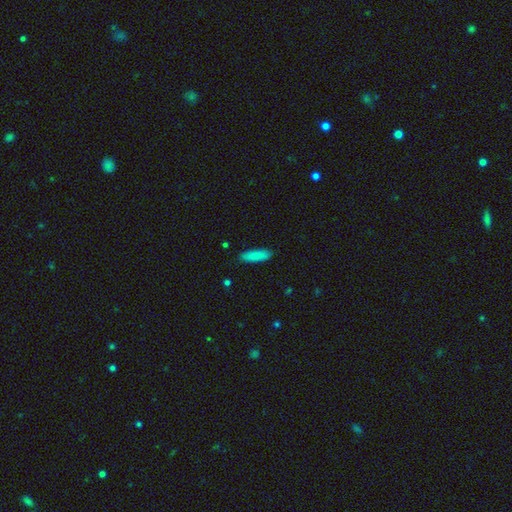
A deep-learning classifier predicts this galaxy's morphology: type=smooth (87%); roundness=cigar-shaped (56%); merging=none (87%).